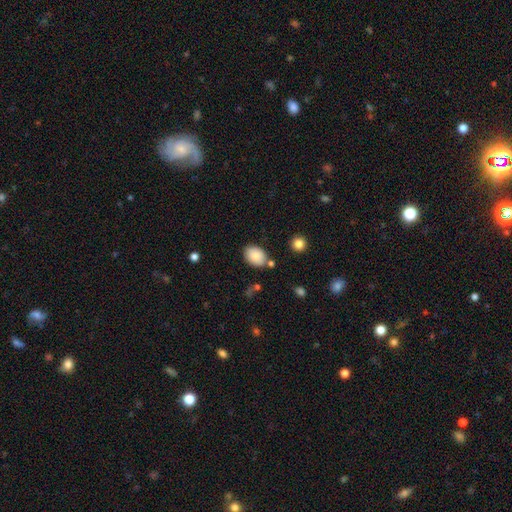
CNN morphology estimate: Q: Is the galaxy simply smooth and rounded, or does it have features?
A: smooth — 85%.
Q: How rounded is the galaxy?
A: in between — 74%.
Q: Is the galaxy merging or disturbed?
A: none — 78%.